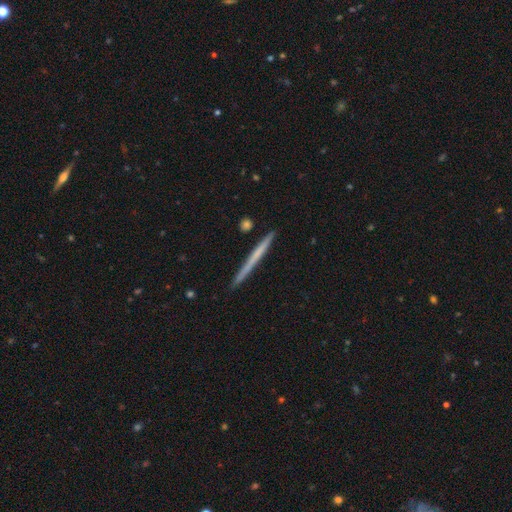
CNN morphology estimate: smooth_or_featured: smooth (p=0.48) [alt: featured or disk p=0.47]
merging: none (p=0.90) [alt: minor disturbance p=0.07]